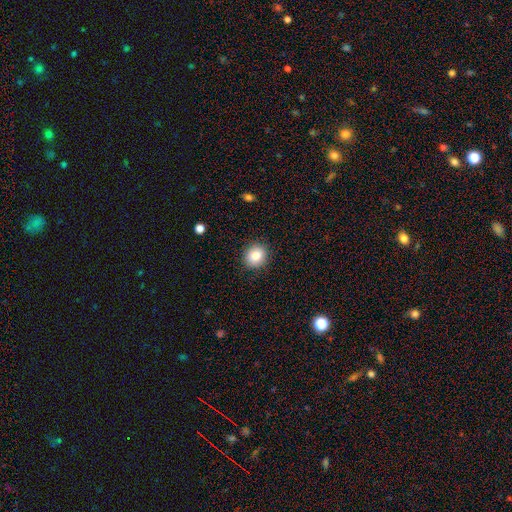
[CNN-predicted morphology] type=smooth (83%); roundness=round (80%); merging=none (90%).